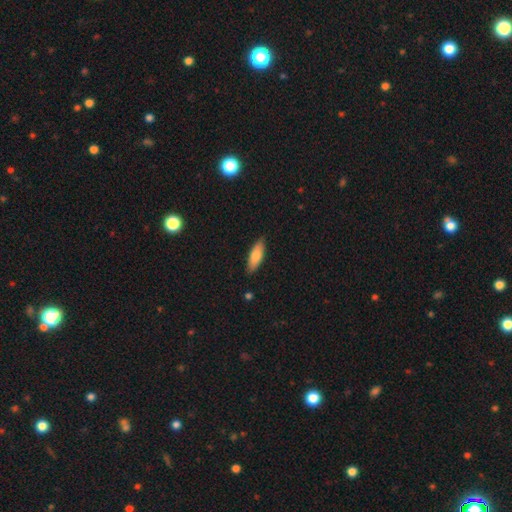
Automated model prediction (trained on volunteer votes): This is likely a smooth galaxy (77%). How rounded: possibly in between (58%). Merging: clearly none (86%).